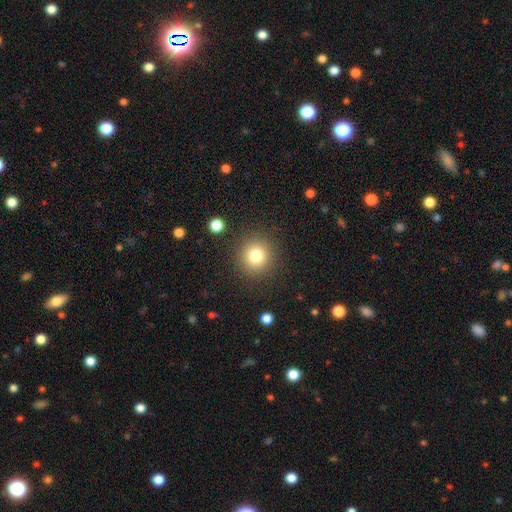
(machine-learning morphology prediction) Q: Smooth or featured?
A: smooth (79%); runner-up: star or artifact (13%)
Q: How rounded?
A: round (93%); runner-up: in between (6%)
Q: Merging?
A: none (89%); runner-up: minor disturbance (6%)